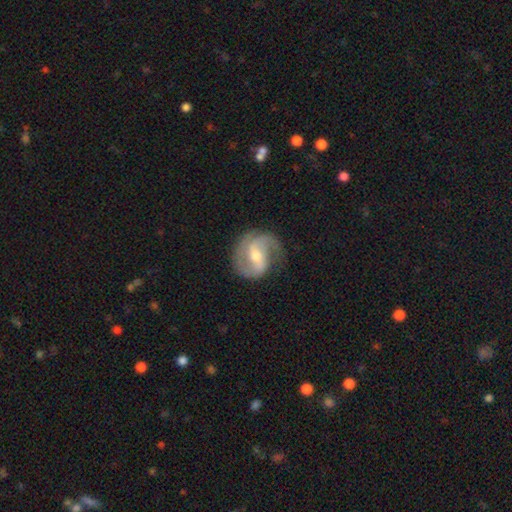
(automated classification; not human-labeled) Smooth or featured: featured or disk — 85% (smooth — 10%)
Edge-on disk: no — 98% (yes — 2%)
Bar: weak — 48% (strong — 29%)
Spiral arms: yes — 95% (no — 5%)
Spiral winding: medium — 50% (tight — 25%)
Spiral arm count: 2 — 78% (1 — 8%)
Bulge size: moderate — 61% (small — 34%)
Merging: none — 71% (minor disturbance — 19%)